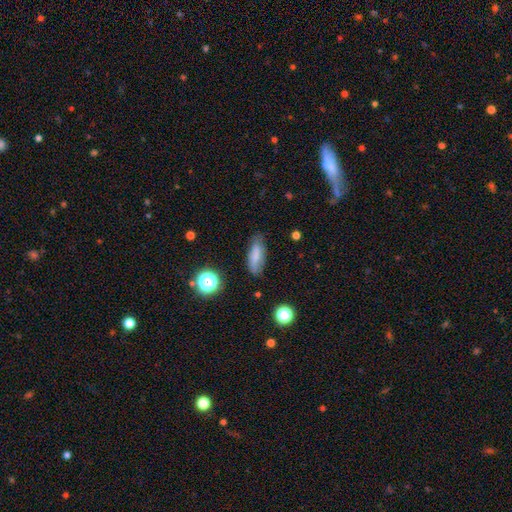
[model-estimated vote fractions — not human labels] This is likely a smooth galaxy (75%). How rounded: likely in between (64%). Merging: likely none (74%).